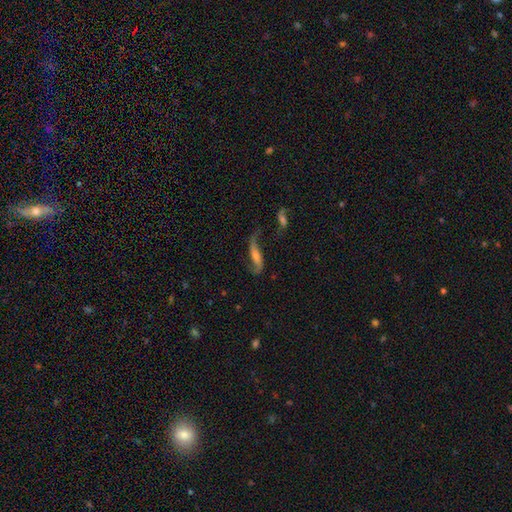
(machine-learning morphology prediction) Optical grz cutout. It shows a featured or disk galaxy (73%) with no bar (42%), 2 (87%) loose (84%) spiral arms (91%) and a small central bulge (34%). Merging: none (50%).